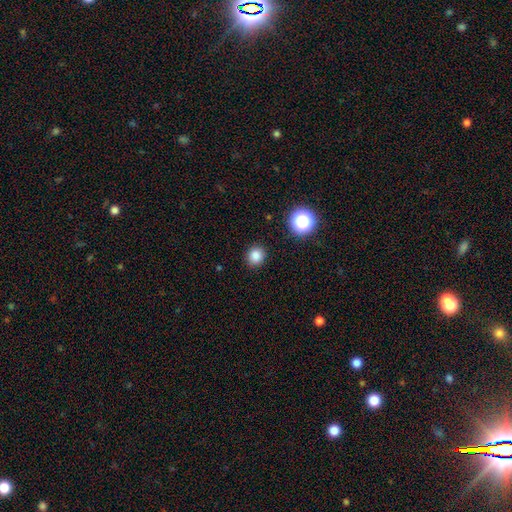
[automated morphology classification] A smooth galaxy with no disk features (83%) that is round (86%).

Vote fractions:
- Smooth or featured? smooth: 83% / star or artifact: 13% / featured or disk: 4%
- How rounded? round: 86% / in between: 14% / cigar-shaped: 1%
- Merging? none: 90% / minor disturbance: 6% / major disturbance: 2% / merger: 1%